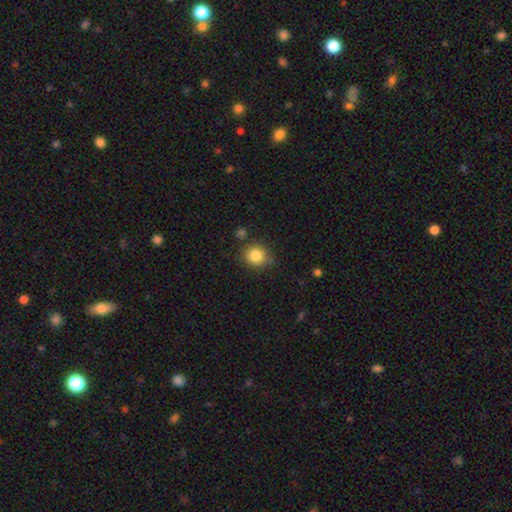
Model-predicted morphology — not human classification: type=smooth (84%); roundness=round (75%); merging=none (79%).